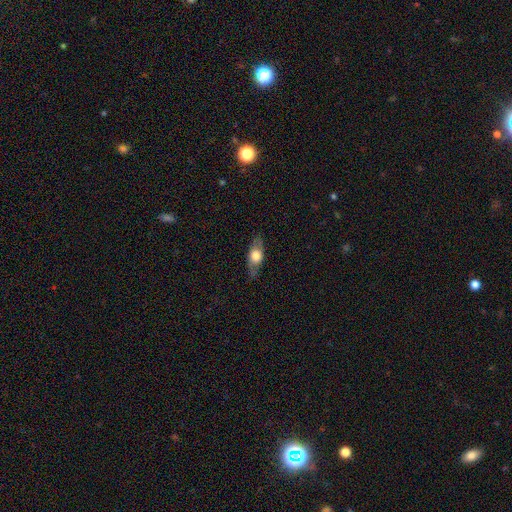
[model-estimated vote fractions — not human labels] Smooth or featured? smooth (50%)
Merging? none (80%)